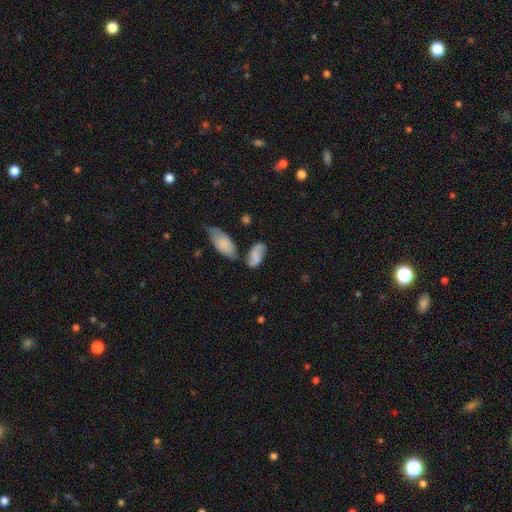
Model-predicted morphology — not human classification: smooth-or-featured: smooth: 51% | featured or disk: 40% | star or artifact: 9%
  how-rounded: in between: 89% | cigar-shaped: 6% | round: 5%
  merging: none: 46% | minor disturbance: 24% | merger: 20% | major disturbance: 10%